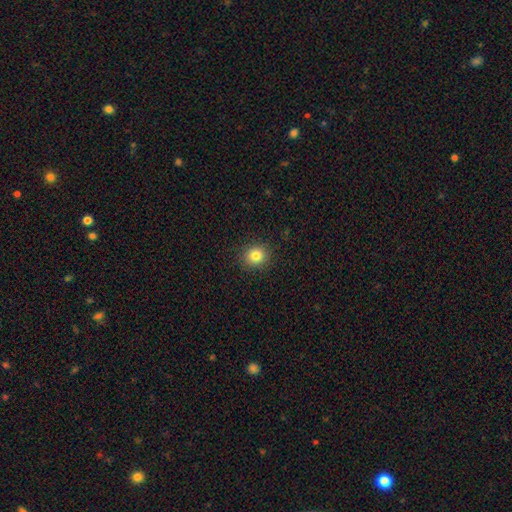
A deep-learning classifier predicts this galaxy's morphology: Smooth or featured? Predicted: smooth (p=0.82). How rounded? Predicted: round (p=0.81). Merging? Predicted: none (p=0.91).